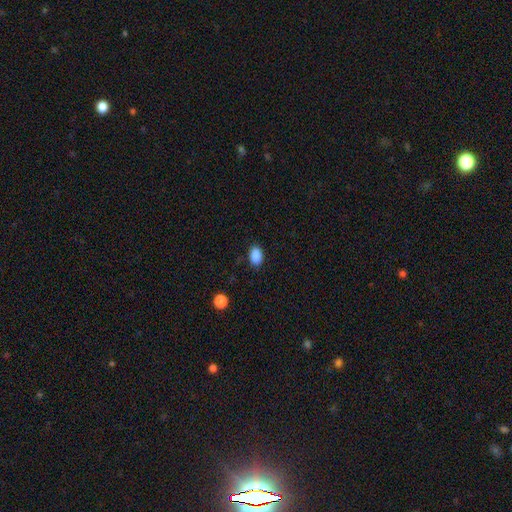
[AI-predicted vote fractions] Smooth or featured? smooth (89%)
How rounded? in between (83%)
Merging? none (87%)